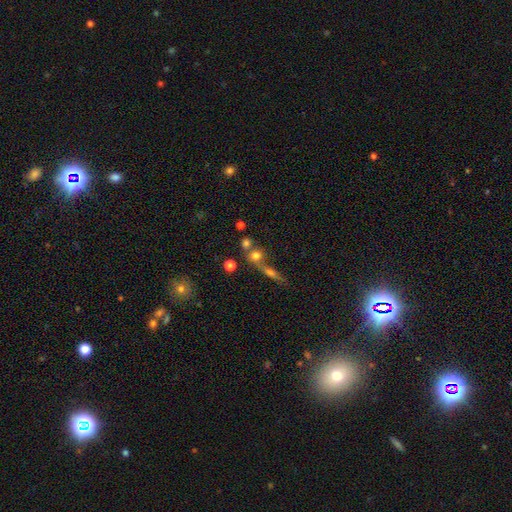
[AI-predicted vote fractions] Overall: smooth (67%). How rounded: round (77%). Merging: none (44%; merger 43%).